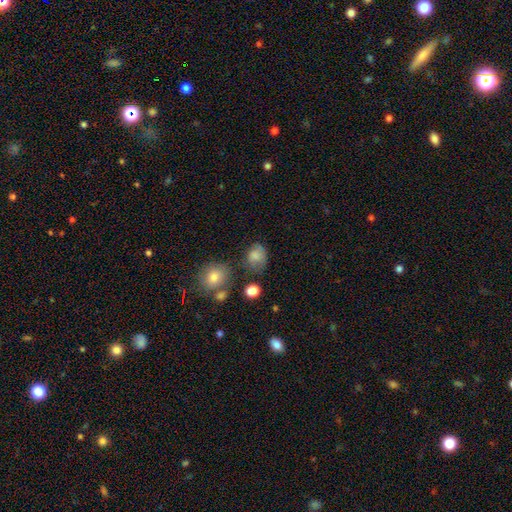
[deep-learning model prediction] This appears to be a smooth galaxy with no disk features (79%) that is round (52%). Merging: none (52%).